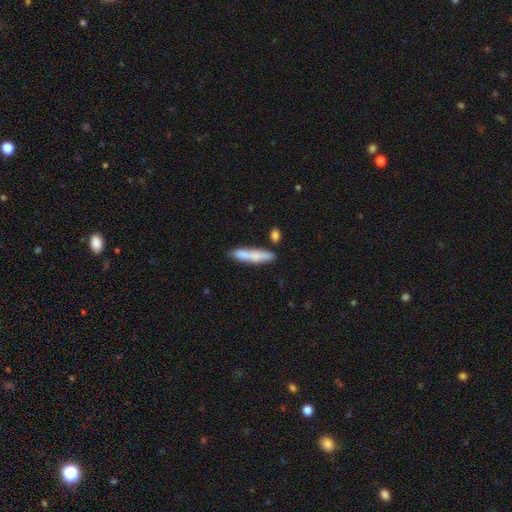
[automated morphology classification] type=smooth (72%); roundness=cigar-shaped (83%); merging=none (62%).